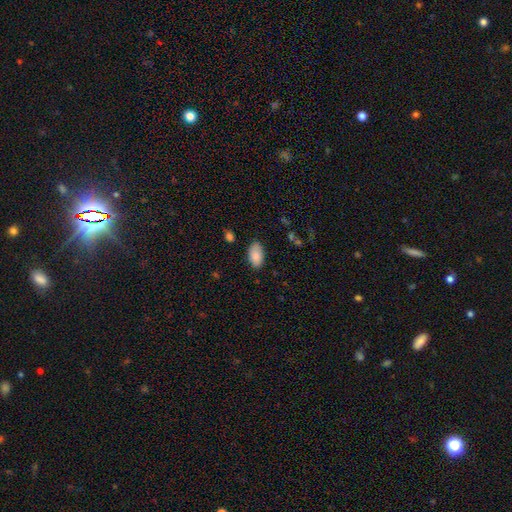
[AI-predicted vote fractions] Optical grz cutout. It shows a smooth galaxy with no disk features (84%) that is in between round and cigar-shaped (94%). Merging: none (81%).